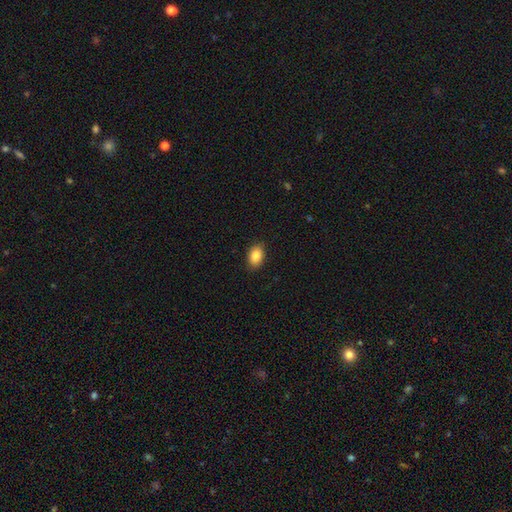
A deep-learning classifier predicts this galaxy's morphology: A smooth galaxy with no disk features (87%) that is in between round and cigar-shaped (86%).

Vote fractions:
- Smooth or featured? smooth: 87% / star or artifact: 8% / featured or disk: 6%
- How rounded? in between: 86% / round: 13% / cigar-shaped: 1%
- Merging? none: 89% / minor disturbance: 8% / major disturbance: 2% / merger: 1%